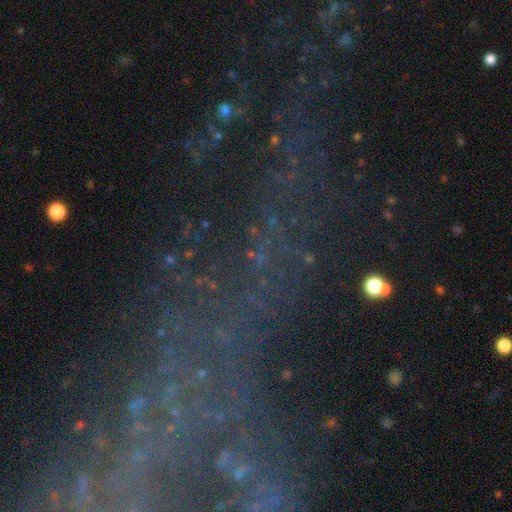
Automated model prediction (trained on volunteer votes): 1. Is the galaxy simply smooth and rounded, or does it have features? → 52% star or artifact, 31% featured or disk, 16% smooth.